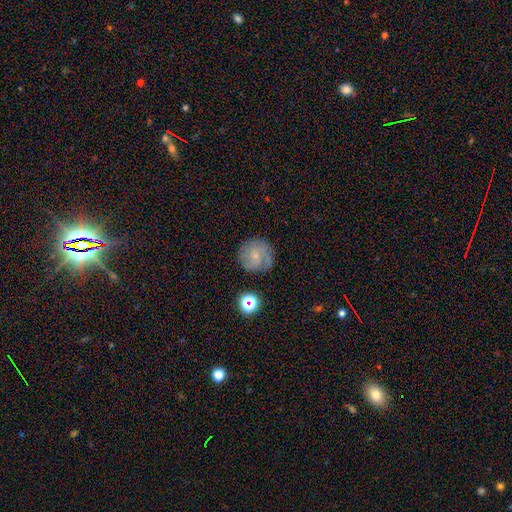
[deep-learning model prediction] Overall: featured or disk (48%; smooth 41%). Merging: none (69%).